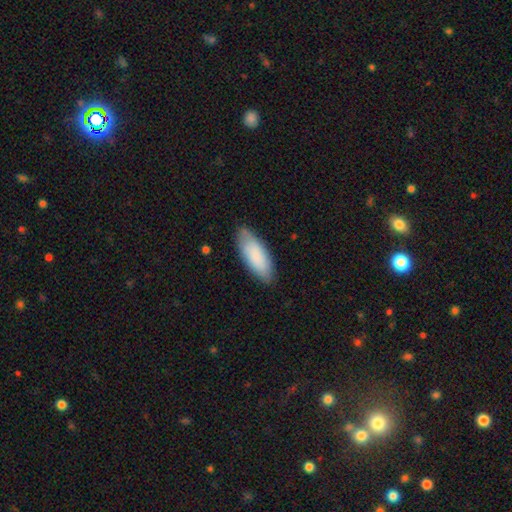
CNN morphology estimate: A smooth galaxy with no disk features (85%) that is in between round and cigar-shaped (77%). Merging: none (82%).